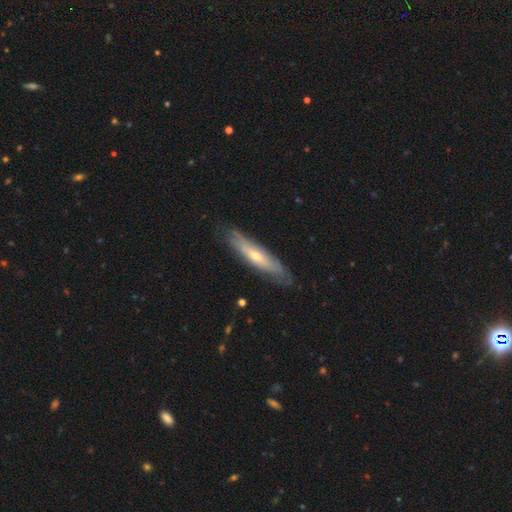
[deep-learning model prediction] The model was most divided on "edge-on disk": yes: 55%, no: 45%. More confident: merging — none (76%); smooth or featured — featured or disk (57%).